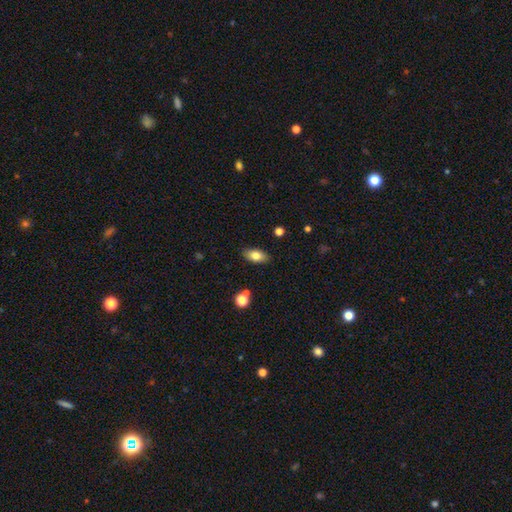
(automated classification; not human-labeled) smooth-or-featured: smooth: 80% | featured or disk: 12% | star or artifact: 8%
  how-rounded: in between: 90% | round: 6% | cigar-shaped: 4%
  merging: none: 86% | minor disturbance: 10% | major disturbance: 2% | merger: 2%